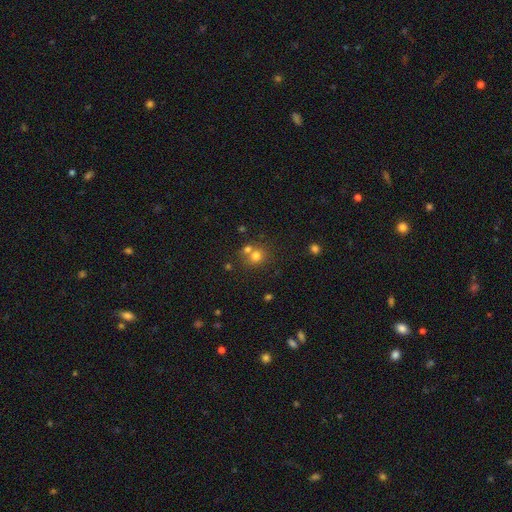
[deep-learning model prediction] Morphology: type=smooth (72%); roundness=round (83%); merging=none (55%).